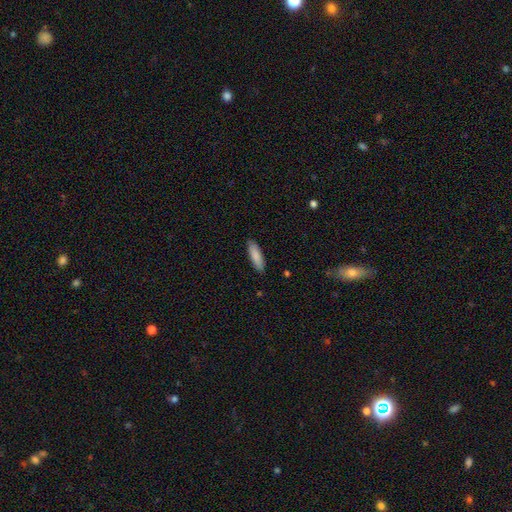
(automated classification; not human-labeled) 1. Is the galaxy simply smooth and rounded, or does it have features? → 87% smooth, 8% featured or disk, 6% star or artifact.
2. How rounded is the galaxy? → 55% cigar-shaped, 44% in between, 1% round.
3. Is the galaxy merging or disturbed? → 88% none, 9% minor disturbance, 2% major disturbance, 1% merger.